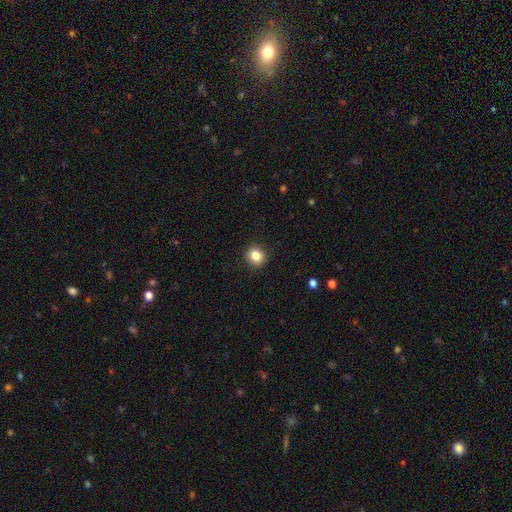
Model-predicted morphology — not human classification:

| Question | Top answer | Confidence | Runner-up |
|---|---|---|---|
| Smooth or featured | smooth | 84% | star or artifact (10%) |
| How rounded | round | 84% | in between (15%) |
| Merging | none | 91% | minor disturbance (6%) |